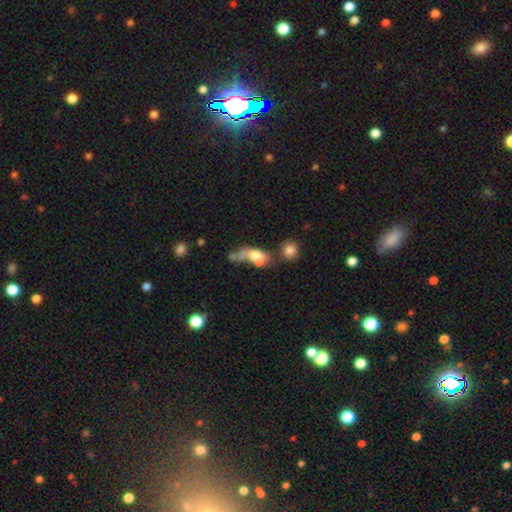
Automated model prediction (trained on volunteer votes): smooth-or-featured: smooth: 56% | featured or disk: 33% | star or artifact: 11%
  how-rounded: in between: 67% | round: 18% | cigar-shaped: 15%
  merging: merger: 43% | major disturbance: 26% | none: 18% | minor disturbance: 14%